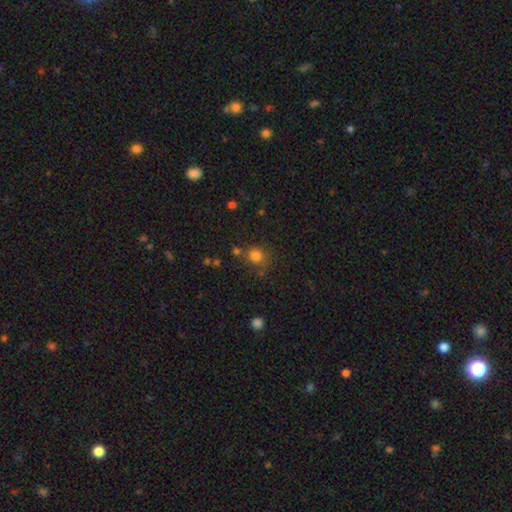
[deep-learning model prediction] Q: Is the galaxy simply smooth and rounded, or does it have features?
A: smooth — 79%.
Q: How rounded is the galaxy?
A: round — 79%.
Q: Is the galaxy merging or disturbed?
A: none — 69%.